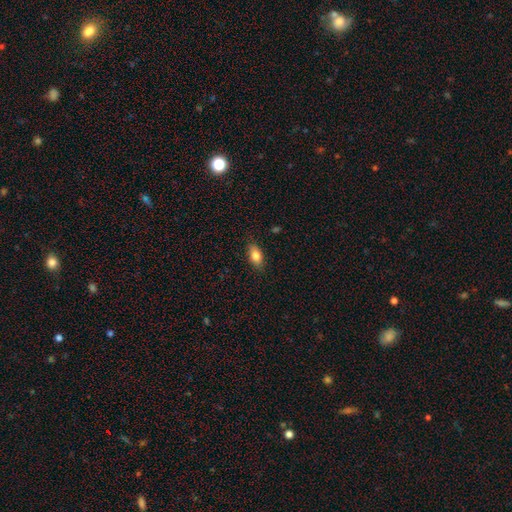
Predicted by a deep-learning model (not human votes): smooth-or-featured: smooth: 83% | featured or disk: 10% | star or artifact: 8%
  how-rounded: in between: 88% | cigar-shaped: 6% | round: 6%
  merging: none: 86% | minor disturbance: 11% | major disturbance: 2% | merger: 1%